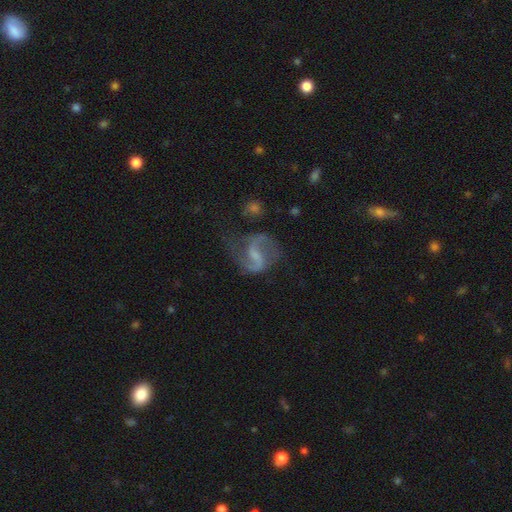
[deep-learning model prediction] smooth-or-featured: featured or disk: 84% | smooth: 10% | star or artifact: 7%
  disk-edge-on: no: 98% | yes: 2%
    bar: weak: 49% | strong: 33% | no: 17%
    has-spiral-arms: yes: 94% | no: 6%
      spiral-winding: loose: 46% | medium: 44% | tight: 10%
      spiral-arm-count: 2: 89% | 1: 4% | can't tell: 4% | 3: 1% | 4: 1% | more than 4: 1%
    bulge-size: none: 48% | small: 28% | moderate: 19% | large: 4% | dominant: 1%
  merging: none: 57% | minor disturbance: 20% | major disturbance: 19% | merger: 4%